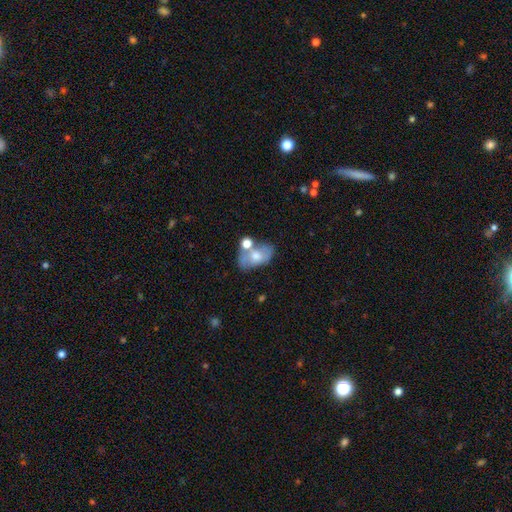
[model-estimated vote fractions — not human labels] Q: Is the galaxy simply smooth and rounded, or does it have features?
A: smooth — 51%.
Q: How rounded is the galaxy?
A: in between — 86%.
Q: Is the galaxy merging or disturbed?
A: none — 47%.